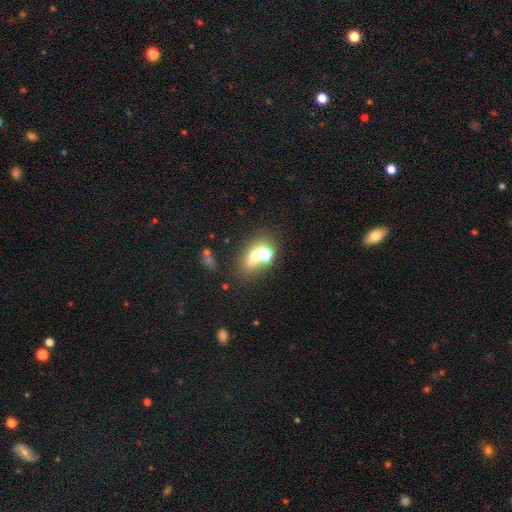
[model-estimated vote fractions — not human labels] smooth 56%, featured or disk 25%, star or artifact 19%. Down the decision tree: how rounded — in between (59%); merging — none (44%).